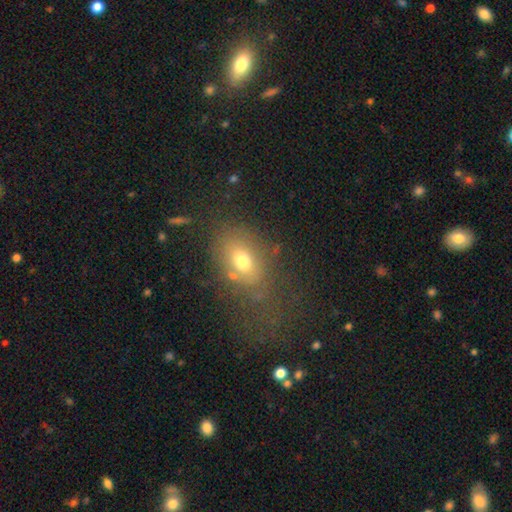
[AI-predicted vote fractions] A smooth galaxy with no disk features (60%) that is in between round and cigar-shaped (74%). Merging: none (46%).